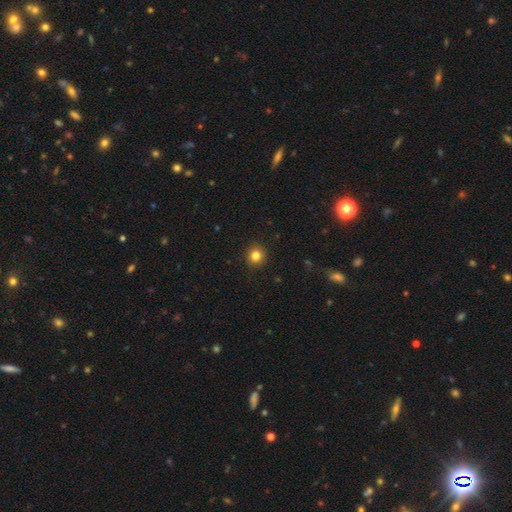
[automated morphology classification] A smooth galaxy with no disk features (82%) that is round (93%).

Vote fractions:
- Smooth or featured? smooth: 82% / star or artifact: 13% / featured or disk: 5%
- How rounded? round: 93% / in between: 6% / cigar-shaped: 1%
- Merging? none: 92% / minor disturbance: 5% / major disturbance: 2% / merger: 1%